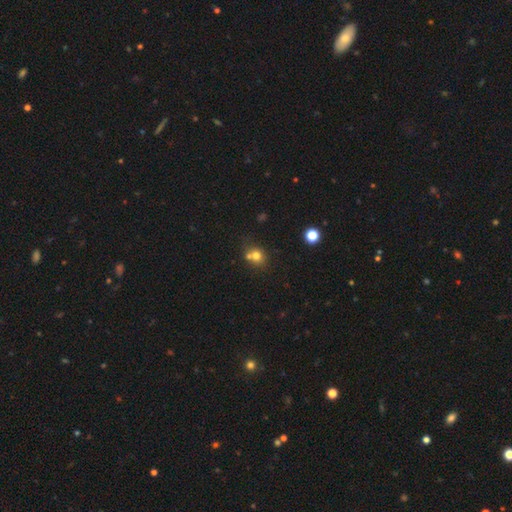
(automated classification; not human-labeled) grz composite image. It shows a smooth galaxy with no disk features (74%) that is round (77%). Merging: none (50%).